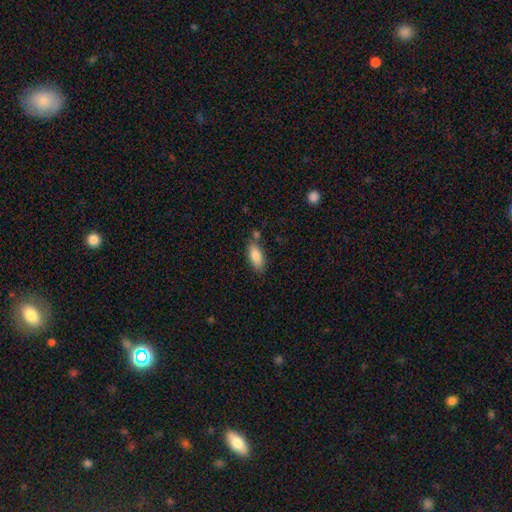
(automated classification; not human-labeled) The model was most divided on "merging": none: 73%, minor disturbance: 15%, merger: 9%, major disturbance: 3%. More confident: smooth or featured — smooth (83%); how rounded — in between (81%).